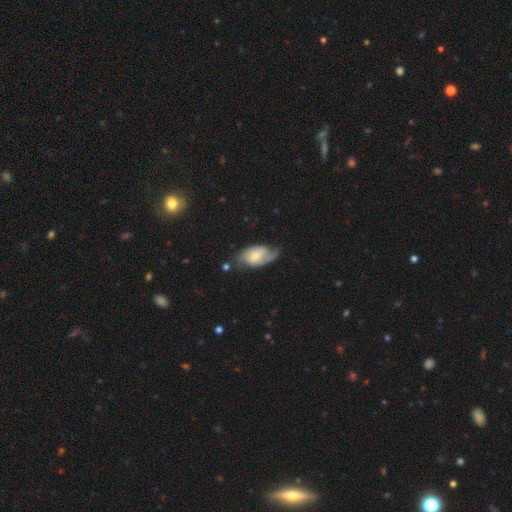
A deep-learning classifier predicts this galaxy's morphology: featured or disk 68%, smooth 25%, star or artifact 6%. Down the decision tree: edge-on disk — no (95%); bar — no (52%); spiral arms — yes (91%); spiral arm count — 2 (80%); spiral winding — medium (44%); bulge size — moderate (46%); merging — none (62%).